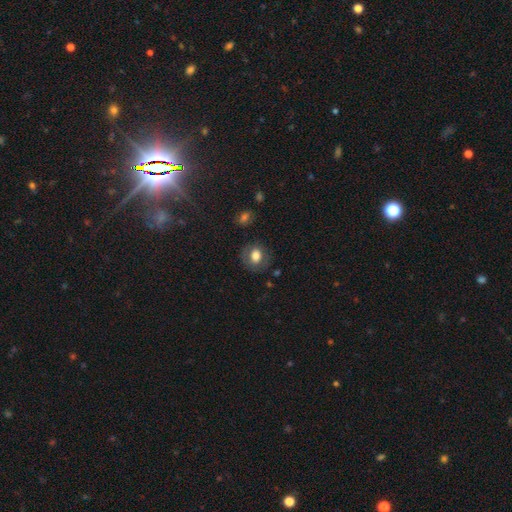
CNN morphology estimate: A smooth galaxy with no disk features (68%) that is round (54%).

Vote fractions:
- Smooth or featured? smooth: 68% / featured or disk: 23% / star or artifact: 9%
- How rounded? round: 54% / in between: 45% / cigar-shaped: 1%
- Merging? none: 75% / minor disturbance: 16% / major disturbance: 8% / merger: 2%